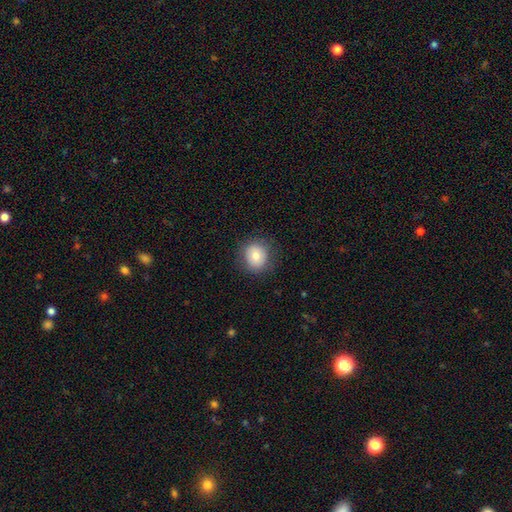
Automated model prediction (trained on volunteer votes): Q: Smooth or featured?
A: smooth (80%); runner-up: featured or disk (11%)
Q: How rounded?
A: round (77%); runner-up: in between (22%)
Q: Merging?
A: none (85%); runner-up: minor disturbance (11%)